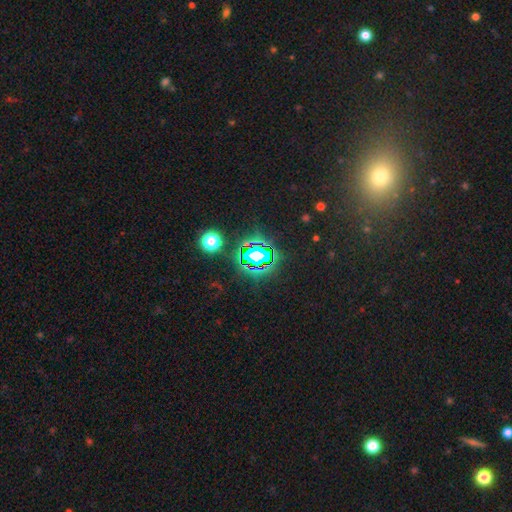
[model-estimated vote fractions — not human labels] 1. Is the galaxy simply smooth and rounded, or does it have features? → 75% star or artifact, 14% smooth, 10% featured or disk.